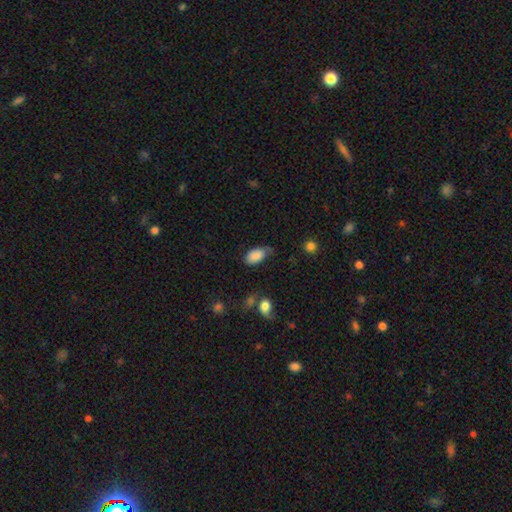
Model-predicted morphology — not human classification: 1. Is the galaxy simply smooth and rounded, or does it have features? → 85% smooth, 8% featured or disk, 7% star or artifact.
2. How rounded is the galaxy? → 94% in between, 4% round, 2% cigar-shaped.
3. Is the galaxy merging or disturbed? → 49% none, 35% minor disturbance, 12% major disturbance, 3% merger.